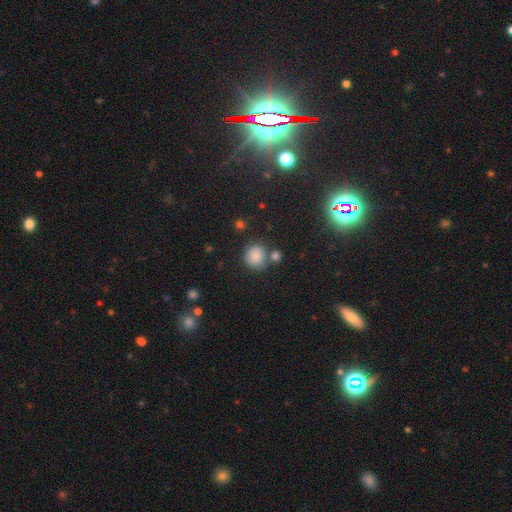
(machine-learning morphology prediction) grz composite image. It shows a smooth galaxy with no disk features (81%) that is round (85%). Merging: none (66%).